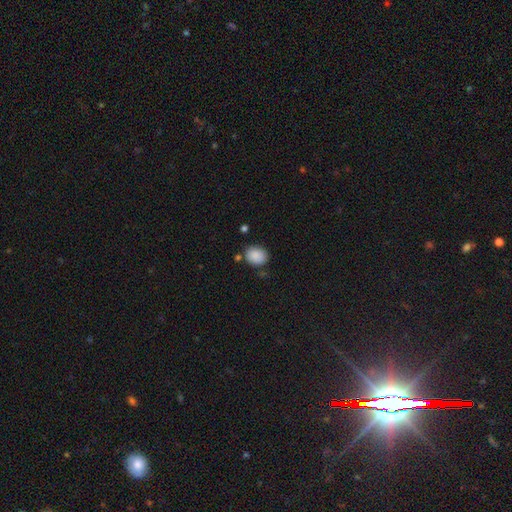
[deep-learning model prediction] A smooth galaxy with no disk features (88%) that is in between round and cigar-shaped (52%). Merging: none (75%).